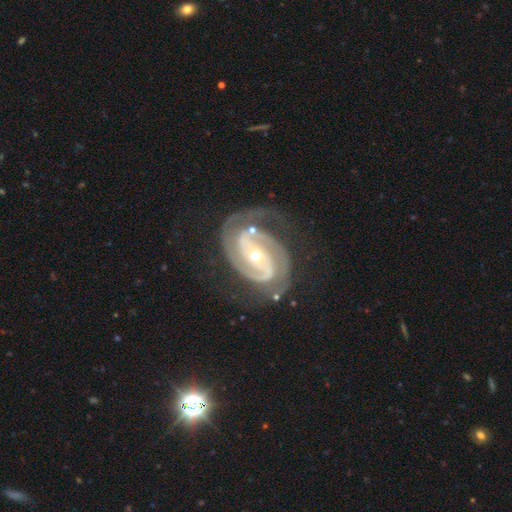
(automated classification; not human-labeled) smooth-or-featured: featured or disk: 93% | star or artifact: 5% | smooth: 3%
  disk-edge-on: no: 97% | yes: 3%
    bar: strong: 36% | weak: 32% | no: 31%
    has-spiral-arms: yes: 98% | no: 2%
      spiral-winding: tight: 59% | medium: 36% | loose: 5%
      spiral-arm-count: 2: 77% | 3: 13% | can't tell: 4% | 1: 2% | 4: 2% | more than 4: 2%
    bulge-size: small: 55% | moderate: 42% | large: 2% | none: 1% | dominant: 1%
  merging: none: 61% | minor disturbance: 20% | major disturbance: 14% | merger: 4%